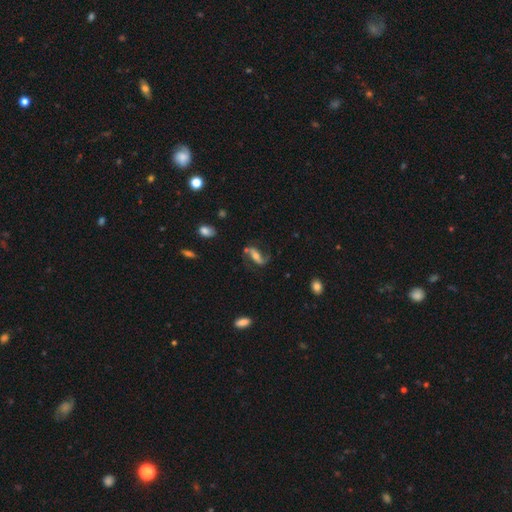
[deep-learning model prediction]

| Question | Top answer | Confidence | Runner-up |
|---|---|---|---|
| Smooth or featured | featured or disk | 80% | smooth (13%) |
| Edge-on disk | no | 92% | yes (8%) |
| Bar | strong | 42% | no (29%) |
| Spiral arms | yes | 93% | no (7%) |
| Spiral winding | loose | 65% | medium (26%) |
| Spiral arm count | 2 | 89% | 1 (6%) |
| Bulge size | moderate | 55% | small (34%) |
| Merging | none | 68% | minor disturbance (17%) |